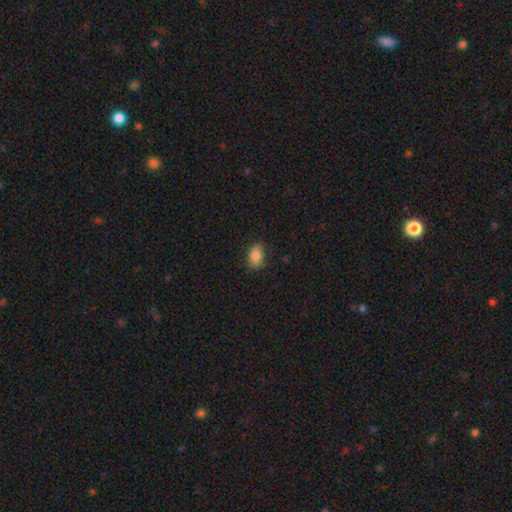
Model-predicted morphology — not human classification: The model was most divided on "how rounded": in between: 79%, round: 20%, cigar-shaped: 1%. More confident: smooth or featured — smooth (84%); merging — none (81%).